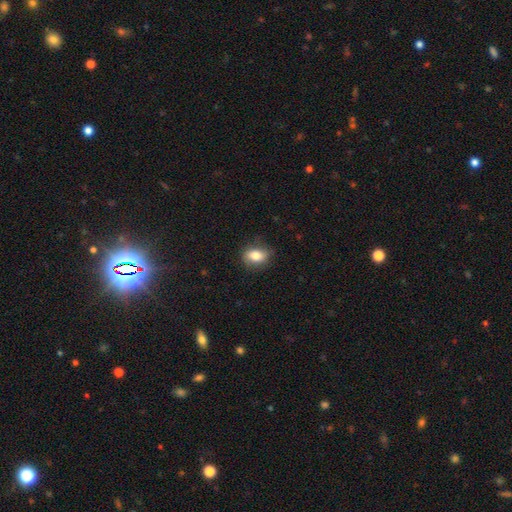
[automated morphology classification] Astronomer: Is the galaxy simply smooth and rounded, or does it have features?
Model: smooth — 77%.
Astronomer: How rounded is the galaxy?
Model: in between — 71%.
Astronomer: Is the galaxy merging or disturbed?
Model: none — 80%.